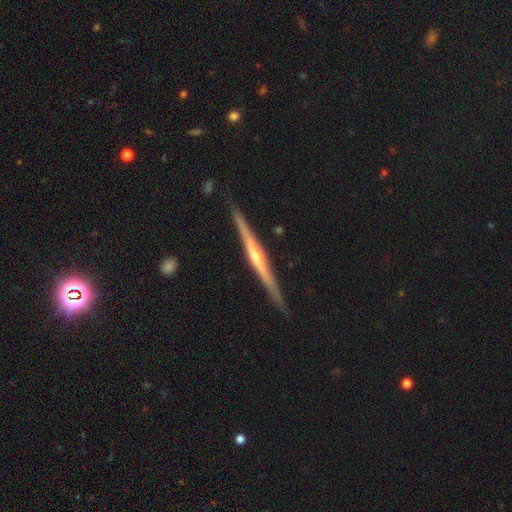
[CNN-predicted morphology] A featured or disk galaxy (84%) viewed edge-on (98%) with a rounded central bulge (76%).

Vote fractions:
- Smooth or featured? featured or disk: 84% / smooth: 10% / star or artifact: 6%
- Edge-on disk? yes: 98% / no: 2%
- Edge-on bulge? rounded: 76% / none: 16% / boxy: 8%
- Merging? none: 91% / minor disturbance: 6% / major disturbance: 1% / merger: 1%